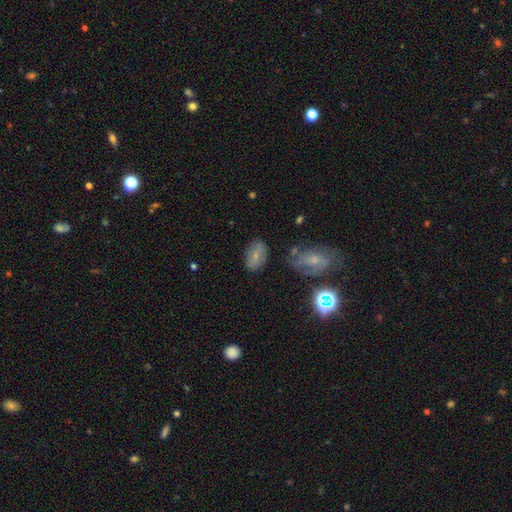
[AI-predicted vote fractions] smooth_or_featured: smooth (p=0.59) [alt: featured or disk p=0.29]
how_rounded: in between (p=0.89) [alt: round p=0.08]
merging: none (p=0.73) [alt: minor disturbance p=0.17]